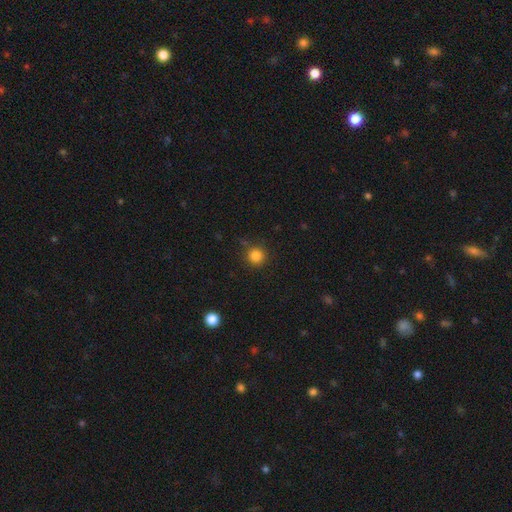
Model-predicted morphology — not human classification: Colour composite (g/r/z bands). It shows a smooth galaxy with no disk features (84%) that is round (94%). Merging: none (85%).